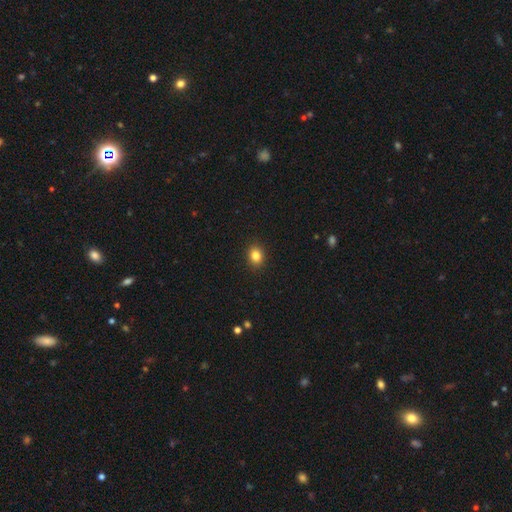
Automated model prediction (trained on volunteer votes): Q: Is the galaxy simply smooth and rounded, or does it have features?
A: smooth — 84%.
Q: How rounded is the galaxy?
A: round — 56%.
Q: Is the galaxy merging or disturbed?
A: none — 91%.